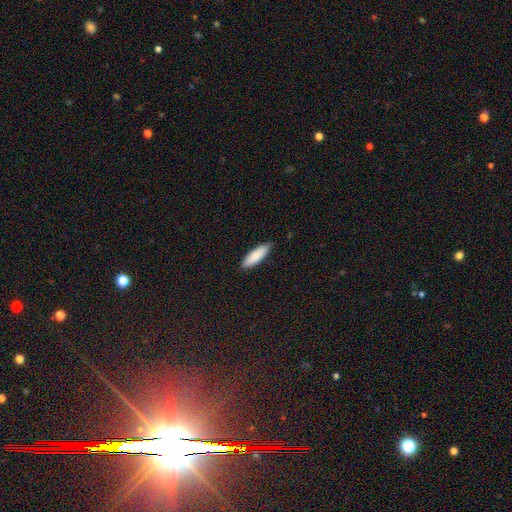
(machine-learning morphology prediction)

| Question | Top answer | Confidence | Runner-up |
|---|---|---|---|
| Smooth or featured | smooth | 84% | featured or disk (10%) |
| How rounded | in between | 52% | cigar-shaped (47%) |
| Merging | none | 88% | minor disturbance (9%) |